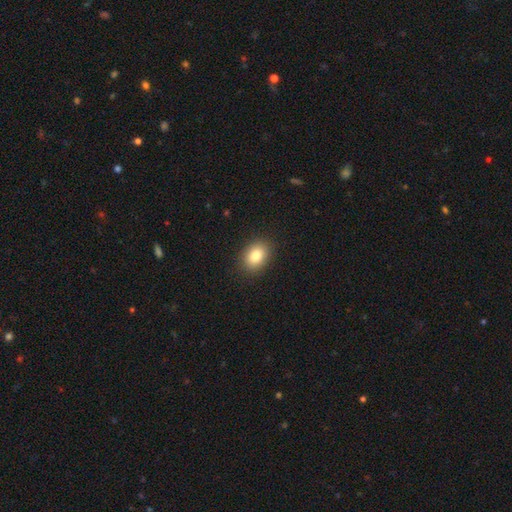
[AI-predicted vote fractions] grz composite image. It shows a smooth galaxy with no disk features (83%) that is in between round and cigar-shaped (70%). Merging: none (89%).